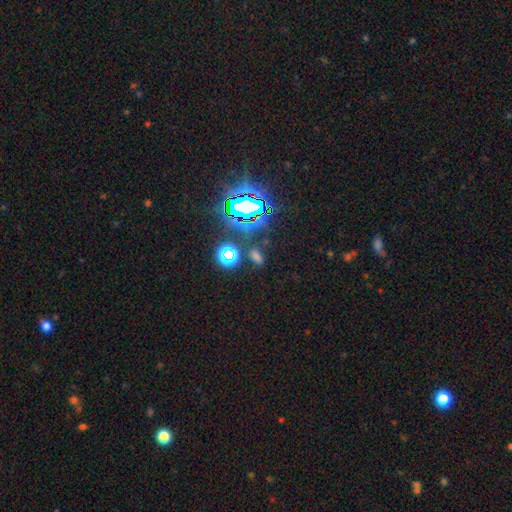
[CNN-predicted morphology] smooth 47%, star or artifact 44%, featured or disk 9%. Down the decision tree: merging — none (74%).